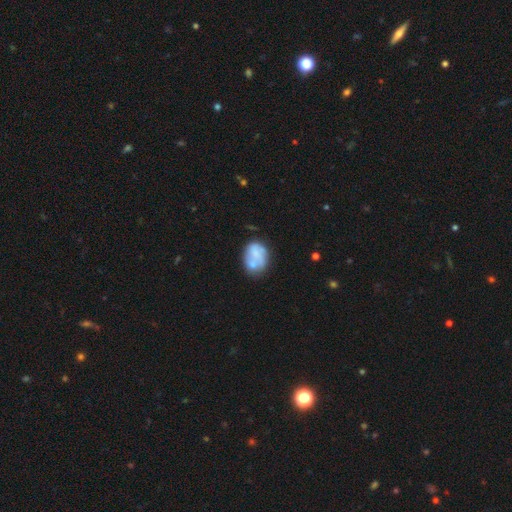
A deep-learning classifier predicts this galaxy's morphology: This is possibly a smooth galaxy (55%). How rounded: likely in between (67%). Merging: marginally none (42%).